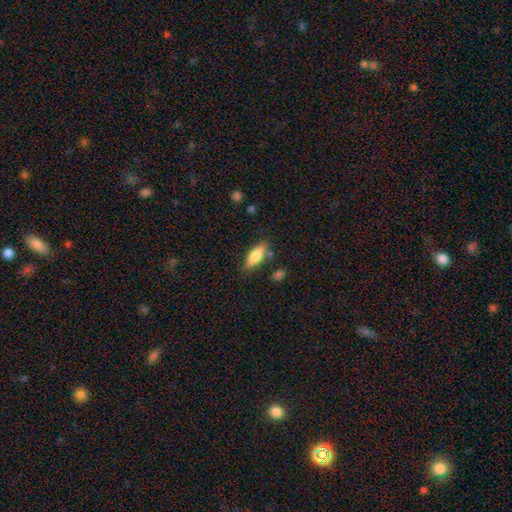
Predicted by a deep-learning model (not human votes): This is likely a smooth galaxy (78%). How rounded: likely in between (72%). Merging: likely none (77%).